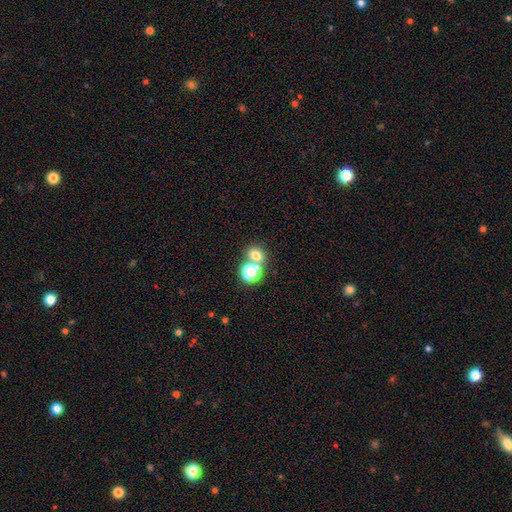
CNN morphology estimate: Smooth or featured? smooth (71%)
How rounded? round (65%)
Merging? none (50%)